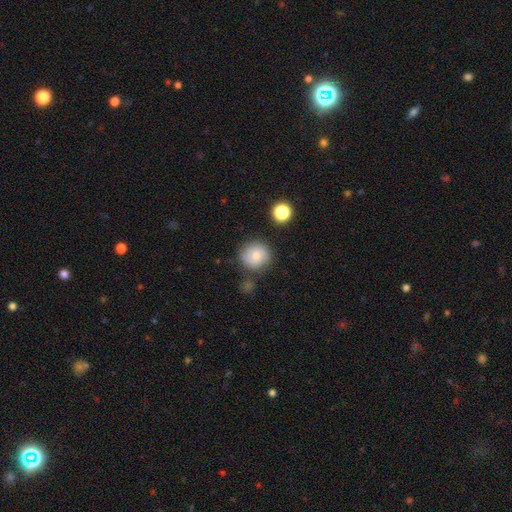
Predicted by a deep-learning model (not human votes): This appears to be a smooth galaxy with no disk features (76%) that is round (90%). Merging: none (76%).